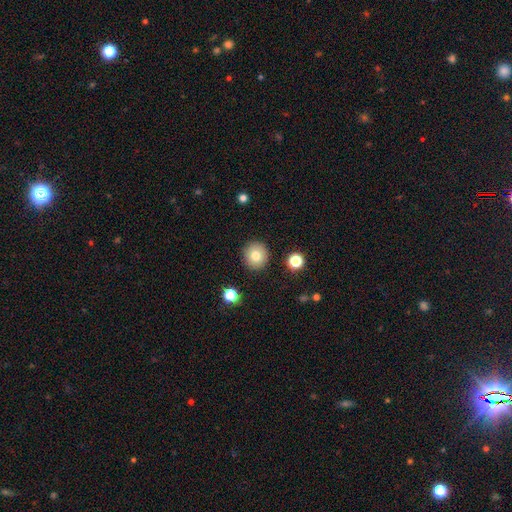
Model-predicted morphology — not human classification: Overall: smooth (79%). How rounded: round (92%). Merging: none (90%).